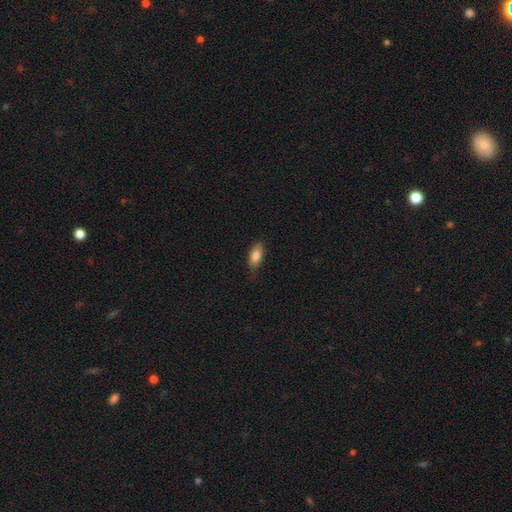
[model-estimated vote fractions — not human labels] Smooth or featured? smooth (82%)
How rounded? in between (86%)
Merging? none (78%)